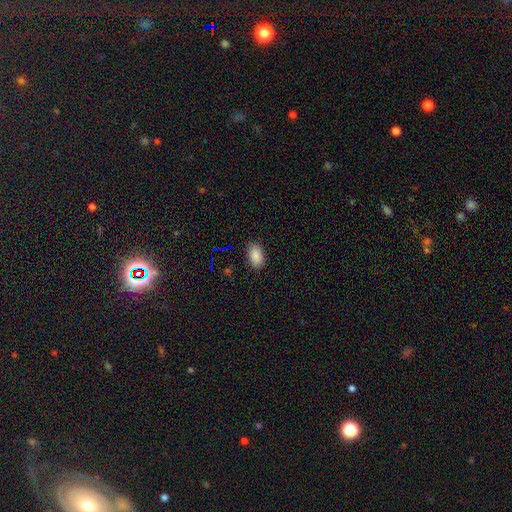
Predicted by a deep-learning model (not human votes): smooth-or-featured: smooth: 87% | star or artifact: 9% | featured or disk: 4%
  how-rounded: in between: 92% | round: 6% | cigar-shaped: 2%
  merging: none: 87% | minor disturbance: 10% | major disturbance: 2% | merger: 1%